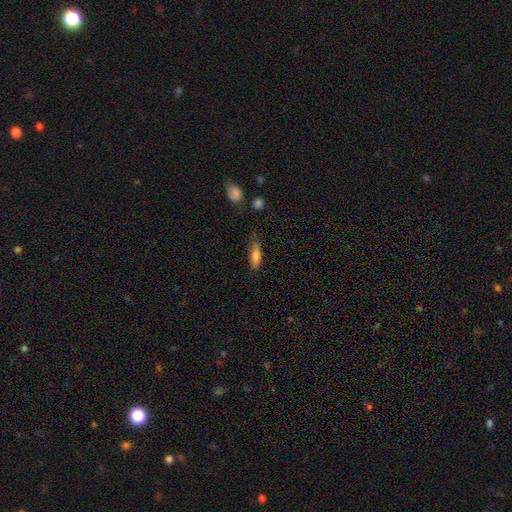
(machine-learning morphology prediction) The model was most divided on "how rounded": cigar-shaped: 53%, in between: 45%, round: 3%. More confident: smooth or featured — smooth (76%); merging — none (58%).